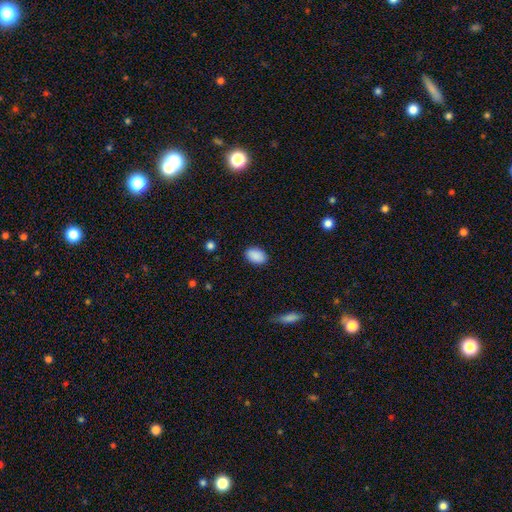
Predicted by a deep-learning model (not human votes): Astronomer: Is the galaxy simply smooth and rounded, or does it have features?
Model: smooth — 90%.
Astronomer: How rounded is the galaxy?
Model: in between — 87%.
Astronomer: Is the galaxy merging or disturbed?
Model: none — 88%.